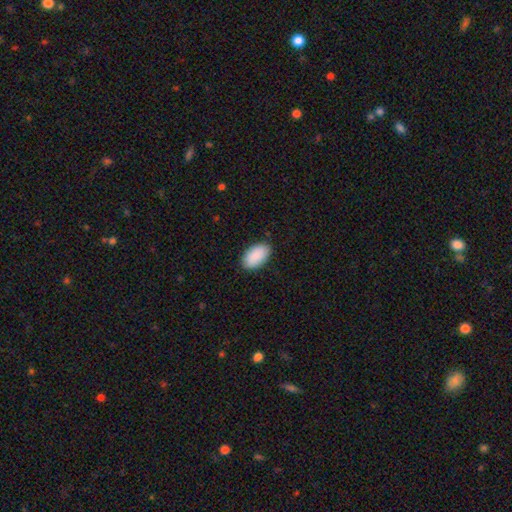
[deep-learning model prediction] smooth 90%, star or artifact 6%, featured or disk 4%. Down the decision tree: how rounded — in between (95%); merging — none (86%).